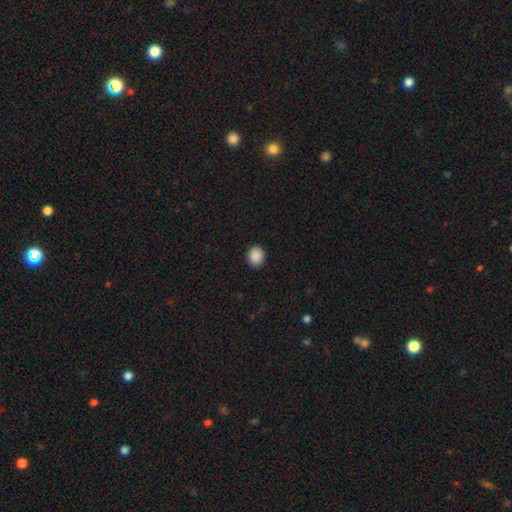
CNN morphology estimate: This is clearly a smooth galaxy (89%). How rounded: likely round (75%). Merging: clearly none (92%).